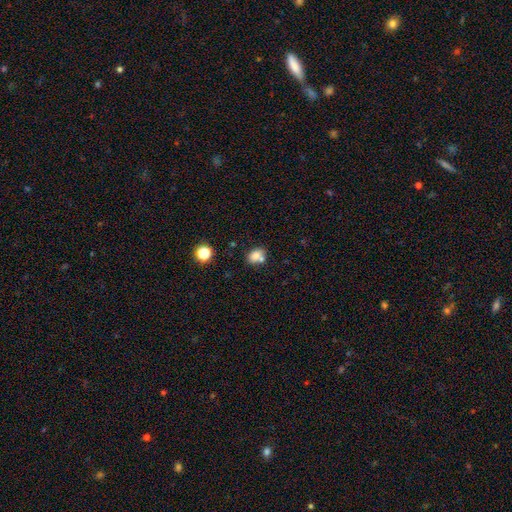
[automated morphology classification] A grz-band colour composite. It shows a smooth galaxy with no disk features (76%) that is in between round and cigar-shaped (56%). Merging: none (52%).